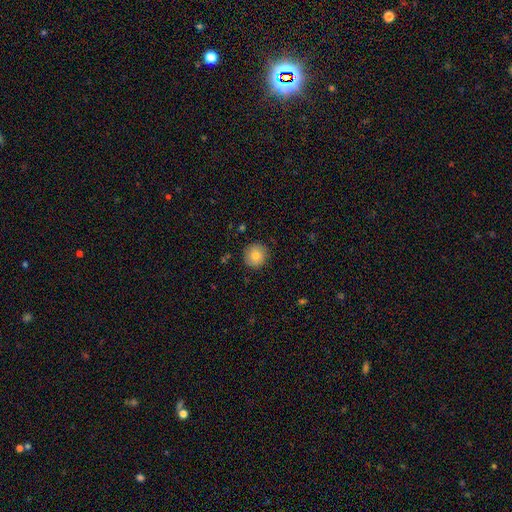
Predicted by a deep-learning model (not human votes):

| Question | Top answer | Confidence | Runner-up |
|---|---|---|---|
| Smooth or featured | smooth | 81% | featured or disk (10%) |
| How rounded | round | 93% | in between (6%) |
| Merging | none | 88% | minor disturbance (9%) |